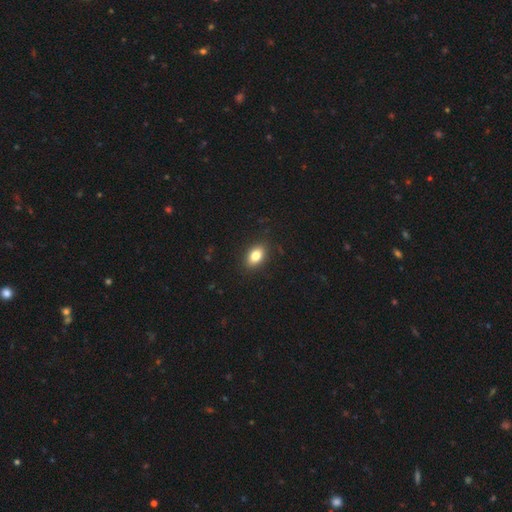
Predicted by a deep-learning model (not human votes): Overall: smooth (82%). How rounded: in between (85%). Merging: none (88%).